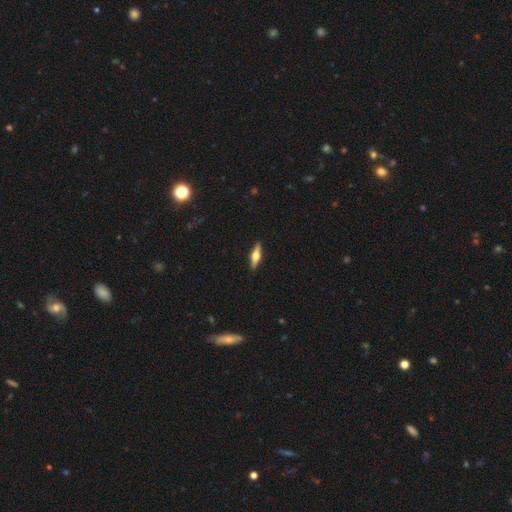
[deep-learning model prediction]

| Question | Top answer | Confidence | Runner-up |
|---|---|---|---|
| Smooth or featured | featured or disk | 55% | smooth (39%) |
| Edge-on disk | yes | 95% | no (5%) |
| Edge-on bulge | rounded | 94% | boxy (4%) |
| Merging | none | 91% | minor disturbance (7%) |